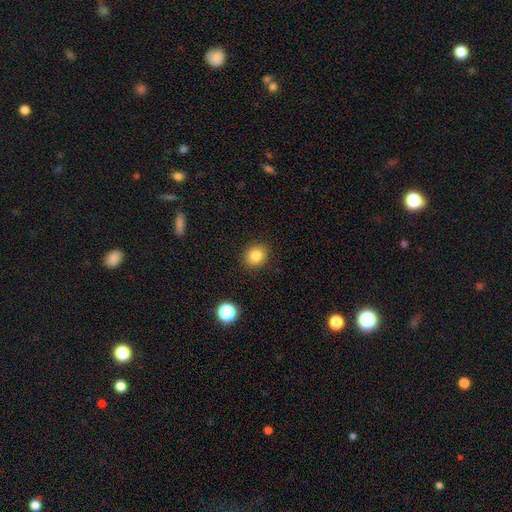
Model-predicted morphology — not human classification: smooth_or_featured: smooth (p=0.83) [alt: star or artifact p=0.11]
how_rounded: round (p=0.71) [alt: in between p=0.28]
merging: none (p=0.89) [alt: minor disturbance p=0.07]